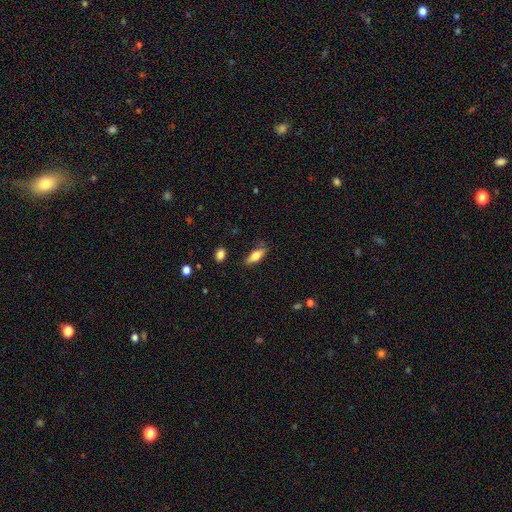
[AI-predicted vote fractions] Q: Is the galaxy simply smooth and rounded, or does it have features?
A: smooth — 68%.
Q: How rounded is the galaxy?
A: in between — 65%.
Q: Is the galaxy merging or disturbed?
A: none — 72%.